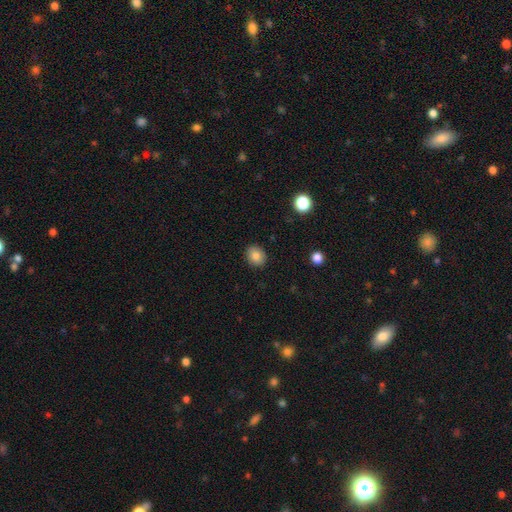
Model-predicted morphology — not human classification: The model was most divided on "how rounded": round: 66%, in between: 33%, cigar-shaped: 1%. More confident: merging — none (89%); smooth or featured — smooth (83%).